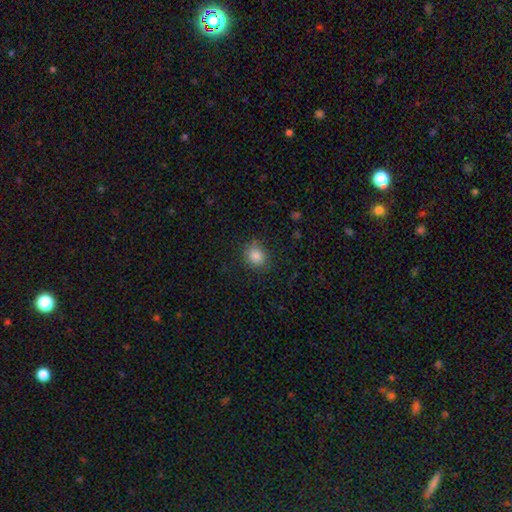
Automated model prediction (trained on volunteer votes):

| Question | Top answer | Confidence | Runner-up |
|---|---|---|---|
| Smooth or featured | smooth | 85% | star or artifact (10%) |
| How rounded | round | 69% | in between (30%) |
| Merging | none | 81% | minor disturbance (14%) |